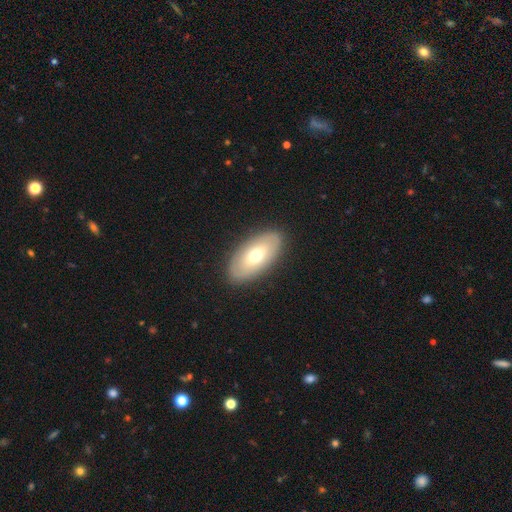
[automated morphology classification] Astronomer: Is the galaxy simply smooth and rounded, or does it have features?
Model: smooth — 58% (runner-up: featured or disk, 36%).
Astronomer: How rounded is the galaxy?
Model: in between — 93%.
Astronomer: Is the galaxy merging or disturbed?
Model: none — 88%.